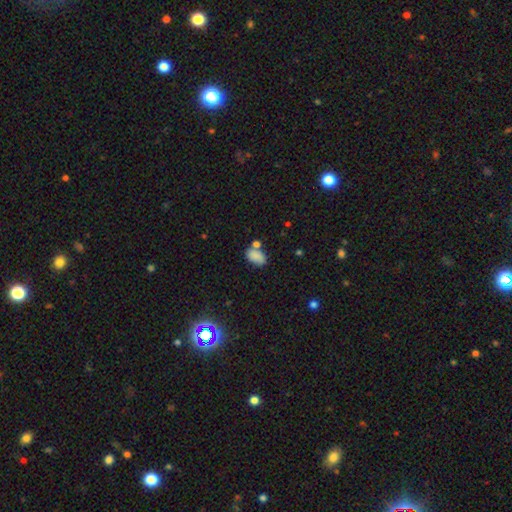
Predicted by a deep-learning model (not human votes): Smooth or featured? smooth (83%)
How rounded? in between (90%)
Merging? none (57%)